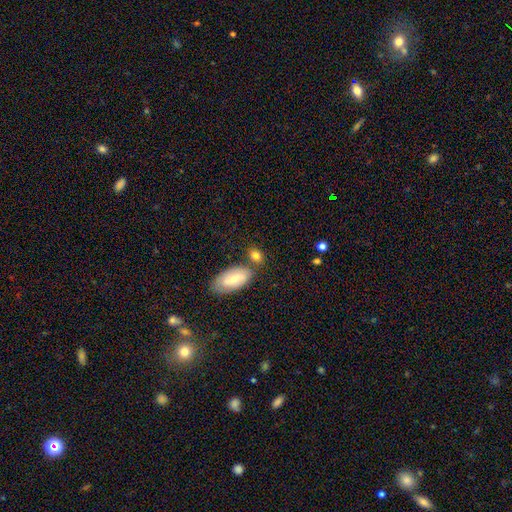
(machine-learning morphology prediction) smooth-or-featured: smooth: 79% | featured or disk: 13% | star or artifact: 8%
  how-rounded: in between: 65% | round: 29% | cigar-shaped: 6%
  merging: none: 65% | merger: 17% | minor disturbance: 14% | major disturbance: 4%